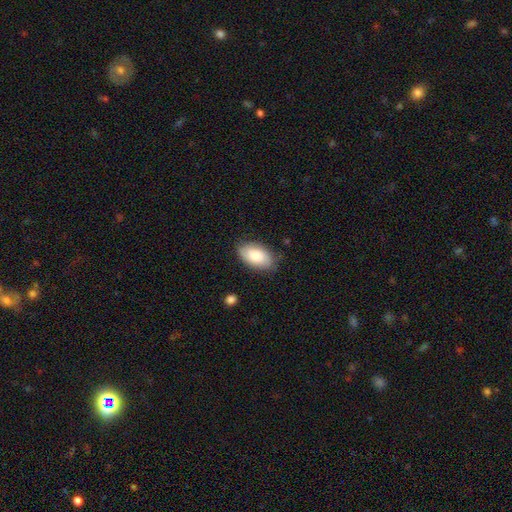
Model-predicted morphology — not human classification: Smooth or featured: smooth — 79% (featured or disk — 15%)
How rounded: in between — 94% (round — 4%)
Merging: none — 80% (minor disturbance — 15%)